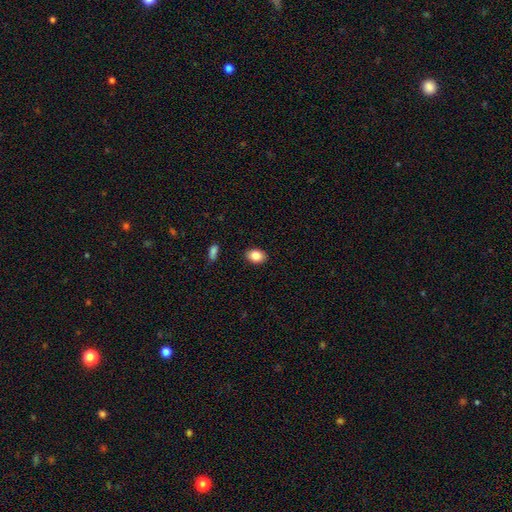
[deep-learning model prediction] smooth-or-featured: smooth: 86% | star or artifact: 8% | featured or disk: 6%
  how-rounded: in between: 76% | round: 23% | cigar-shaped: 1%
  merging: none: 89% | minor disturbance: 8% | major disturbance: 2% | merger: 1%